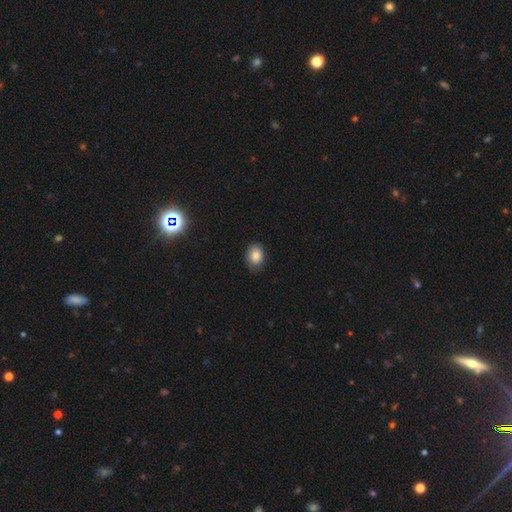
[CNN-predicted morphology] A smooth galaxy with no disk features (85%) that is in between round and cigar-shaped (67%).

Vote fractions:
- Smooth or featured? smooth: 85% / star or artifact: 9% / featured or disk: 6%
- How rounded? in between: 67% / round: 32% / cigar-shaped: 1%
- Merging? none: 80% / minor disturbance: 17% / major disturbance: 3% / merger: 1%